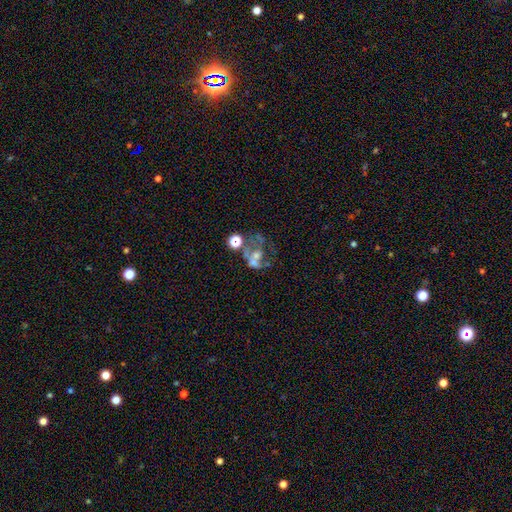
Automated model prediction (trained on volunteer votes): smooth_or_featured: featured or disk (p=0.54) [alt: smooth p=0.23]
disk_edge_on: no (p=0.98) [alt: yes p=0.02]
bar: no (p=0.87) [alt: weak p=0.10]
has_spiral_arms: no (p=0.80) [alt: yes p=0.20]
bulge_size: none (p=0.37) [alt: moderate p=0.31]
merging: merger (p=0.35) [alt: major disturbance p=0.30]